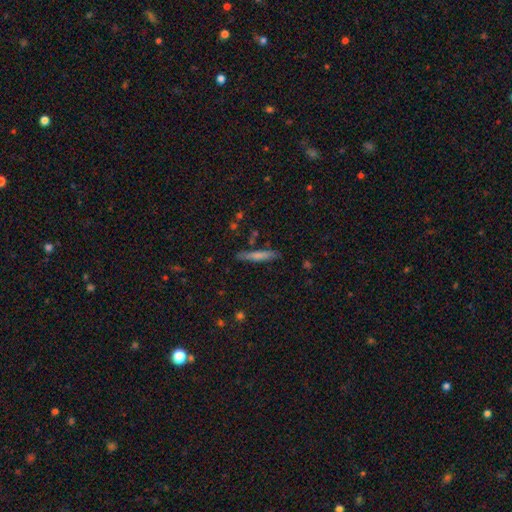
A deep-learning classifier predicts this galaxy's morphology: A smooth galaxy with no disk features (58%) that is cigar-shaped (92%). Merging: none (85%).